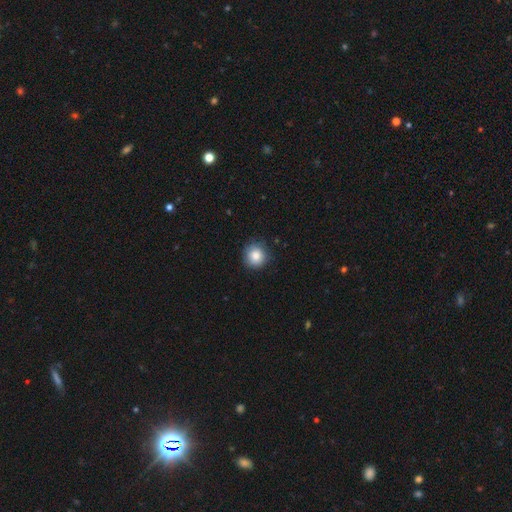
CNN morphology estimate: smooth-or-featured: smooth: 84% | star or artifact: 9% | featured or disk: 7%
  how-rounded: round: 92% | in between: 7% | cigar-shaped: 1%
  merging: none: 84% | minor disturbance: 12% | major disturbance: 2% | merger: 1%